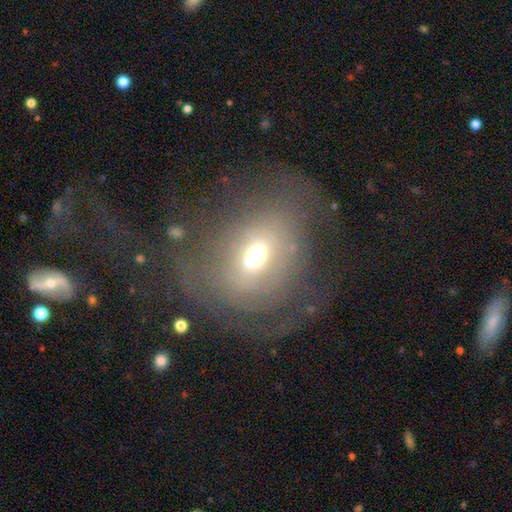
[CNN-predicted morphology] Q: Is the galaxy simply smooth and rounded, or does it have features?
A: featured or disk — 43%, tied with smooth.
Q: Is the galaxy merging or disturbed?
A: none — 45%.